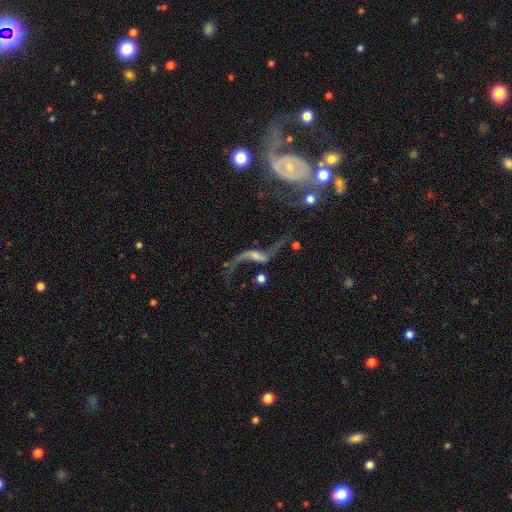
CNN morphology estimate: Q: Smooth or featured?
A: featured or disk (85%); runner-up: star or artifact (8%)
Q: Edge-on disk?
A: no (92%); runner-up: yes (8%)
Q: Bar?
A: weak (38%); runner-up: no (36%)
Q: Spiral arms?
A: yes (92%); runner-up: no (8%)
Q: Spiral winding?
A: loose (94%); runner-up: medium (4%)
Q: Spiral arm count?
A: 2 (90%); runner-up: 1 (5%)
Q: Bulge size?
A: small (48%); runner-up: none (24%)
Q: Merging?
A: none (47%); runner-up: major disturbance (24%)